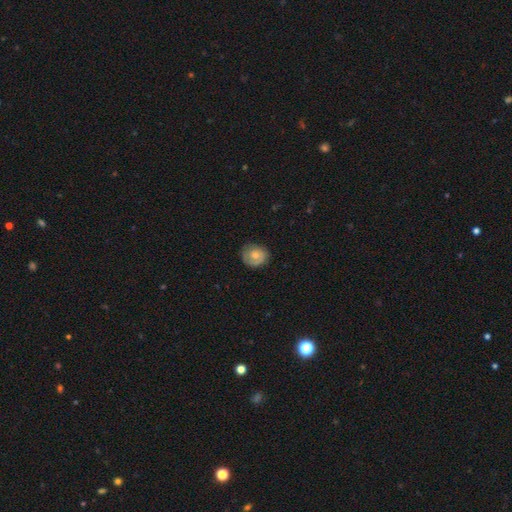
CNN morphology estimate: This appears to be a smooth galaxy with no disk features (57%) that is round (72%). Merging: none (72%).